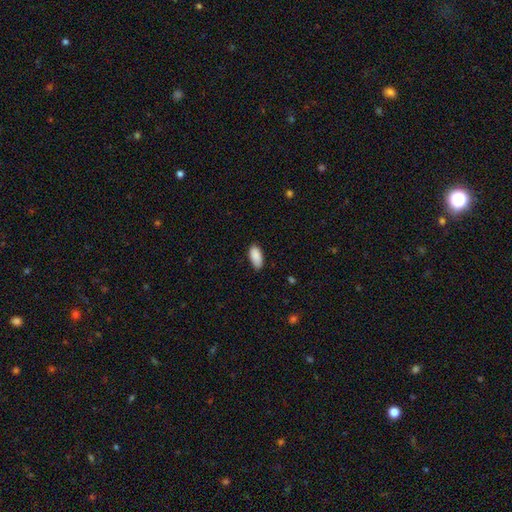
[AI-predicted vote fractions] smooth-or-featured: smooth: 90% | star or artifact: 6% | featured or disk: 4%
  how-rounded: in between: 92% | cigar-shaped: 6% | round: 2%
  merging: none: 81% | minor disturbance: 15% | major disturbance: 2% | merger: 1%